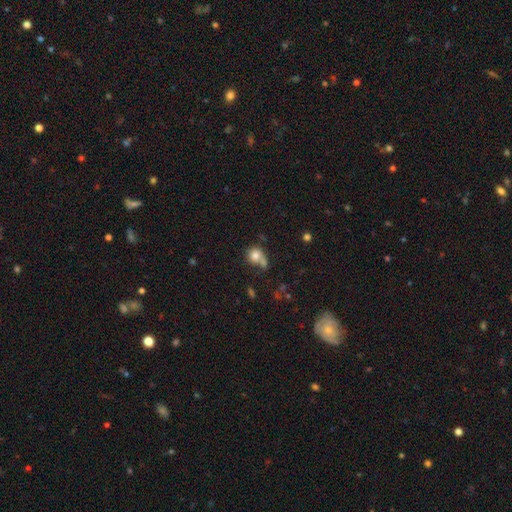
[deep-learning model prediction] A smooth galaxy with no disk features (79%) that is round (81%).

Vote fractions:
- Smooth or featured? smooth: 79% / star or artifact: 11% / featured or disk: 11%
- How rounded? round: 81% / in between: 18% / cigar-shaped: 1%
- Merging? none: 44% / merger: 30% / minor disturbance: 17% / major disturbance: 9%